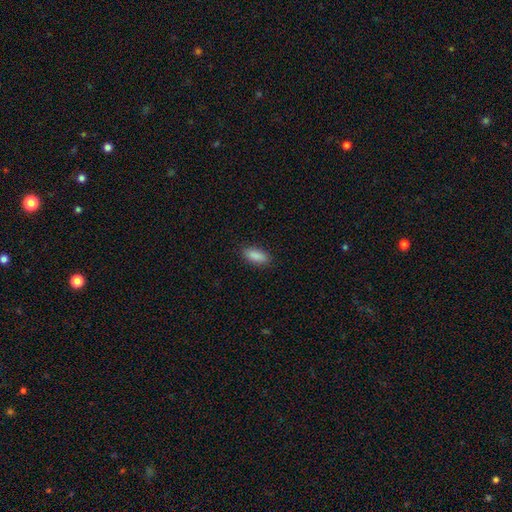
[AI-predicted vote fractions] smooth-or-featured: smooth: 89% | star or artifact: 7% | featured or disk: 4%
  how-rounded: in between: 78% | cigar-shaped: 20% | round: 2%
  merging: none: 88% | minor disturbance: 9% | major disturbance: 2% | merger: 1%